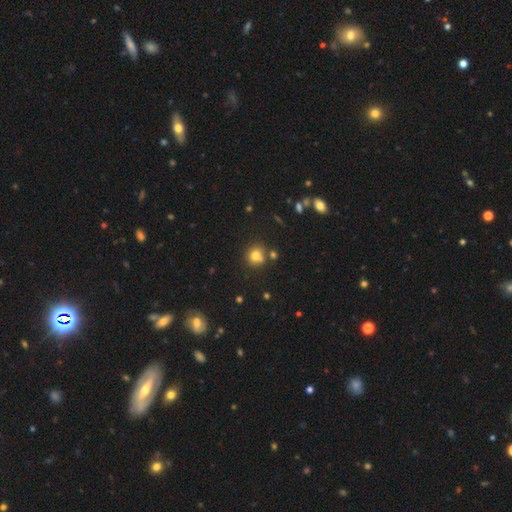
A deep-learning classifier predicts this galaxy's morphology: smooth-or-featured: smooth: 76% | star or artifact: 15% | featured or disk: 10%
  how-rounded: round: 87% | in between: 12% | cigar-shaped: 1%
  merging: none: 71% | merger: 14% | minor disturbance: 11% | major disturbance: 3%